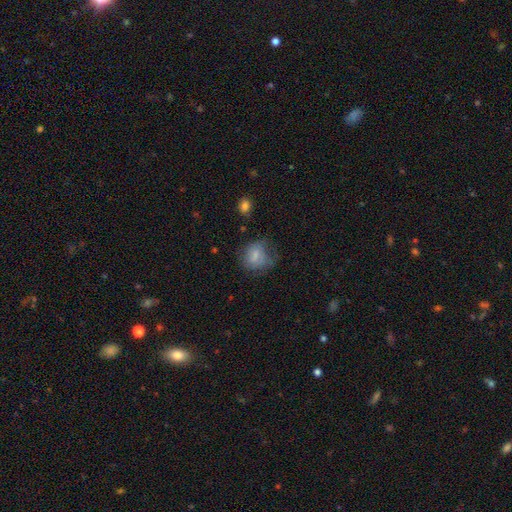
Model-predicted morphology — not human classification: Overall: smooth (73%). How rounded: round (64%; in between 35%). Merging: none (48%; minor disturbance 28%).